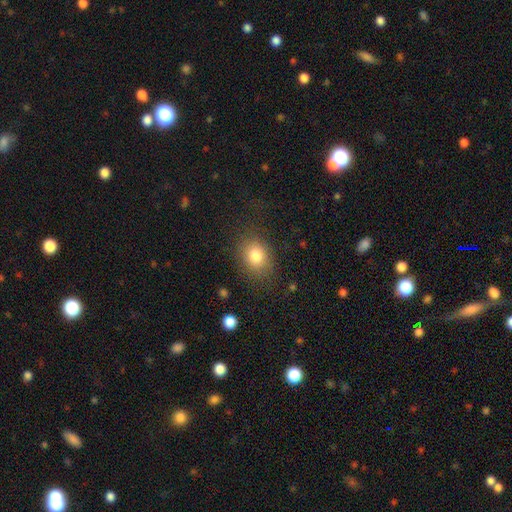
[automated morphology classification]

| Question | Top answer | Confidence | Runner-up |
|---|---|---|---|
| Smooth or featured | smooth | 81% | star or artifact (10%) |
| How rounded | round | 51% | in between (48%) |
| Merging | none | 80% | minor disturbance (13%) |